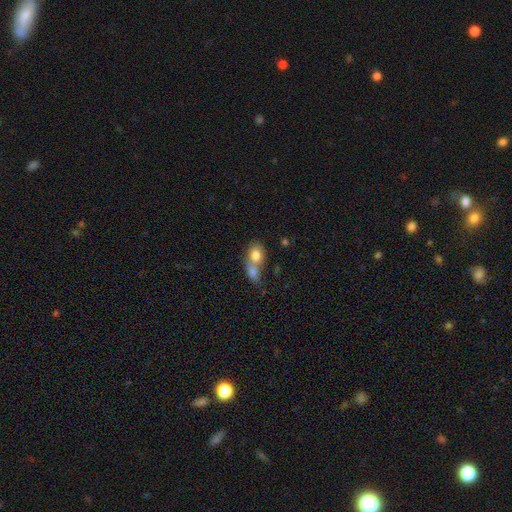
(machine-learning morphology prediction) The model was most divided on "how rounded": in between: 68%, round: 30%, cigar-shaped: 2%. More confident: smooth or featured — smooth (77%); merging — merger (69%).